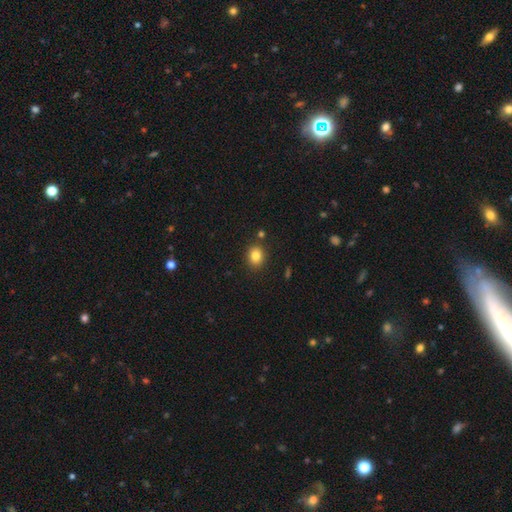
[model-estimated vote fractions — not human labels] This appears to be a smooth galaxy with no disk features (83%) that is round (59%). Merging: none (86%).